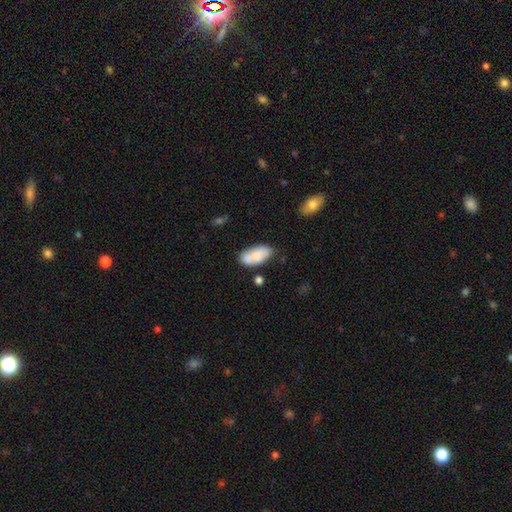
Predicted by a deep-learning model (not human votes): Smooth or featured?
  - smooth: 77% *
  - featured or disk: 16%
  - star or artifact: 7%
How rounded?
  - in between: 92% *
  - cigar-shaped: 5%
  - round: 3%
Merging?
  - none: 54% *
  - minor disturbance: 22%
  - merger: 17%
  - major disturbance: 6%